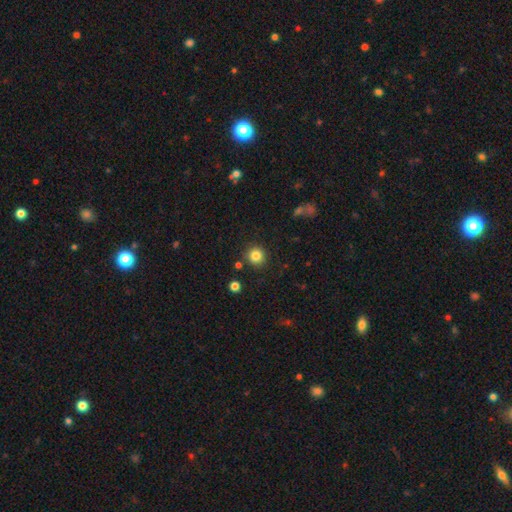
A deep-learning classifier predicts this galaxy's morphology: This appears to be a smooth galaxy with no disk features (83%) that is round (93%). Merging: none (87%).